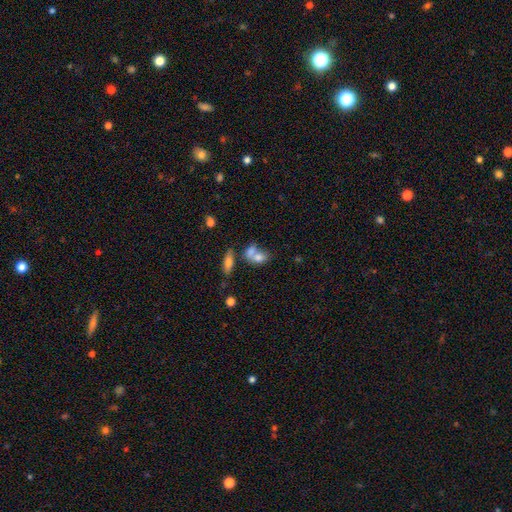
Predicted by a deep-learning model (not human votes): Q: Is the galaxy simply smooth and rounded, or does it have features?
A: smooth — 73%.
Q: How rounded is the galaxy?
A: in between — 73%.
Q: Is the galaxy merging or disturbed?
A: merger — 59%.